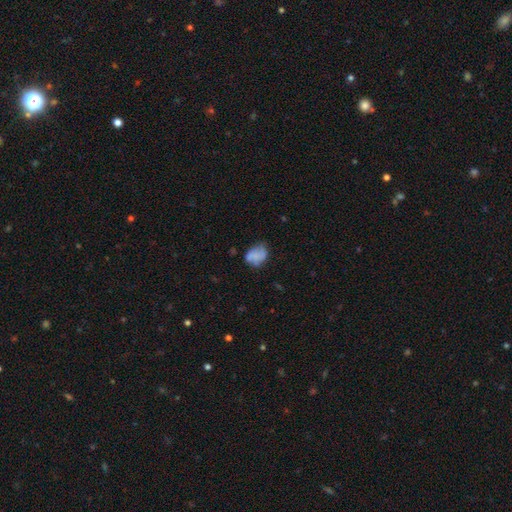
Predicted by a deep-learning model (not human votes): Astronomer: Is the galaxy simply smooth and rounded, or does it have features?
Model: smooth — 62%.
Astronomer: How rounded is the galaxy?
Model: in between — 69%.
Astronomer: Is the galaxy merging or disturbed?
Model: none — 50% (runner-up: minor disturbance, 32%).